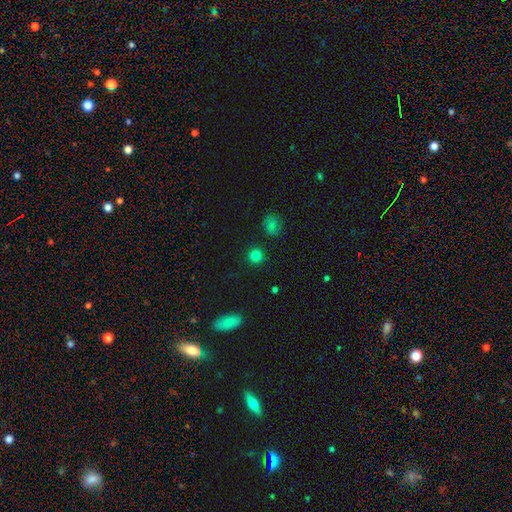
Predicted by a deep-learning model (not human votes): Smooth or featured? Predicted: smooth (p=0.81). How rounded? Predicted: round (p=0.92). Merging? Predicted: none (p=0.89).